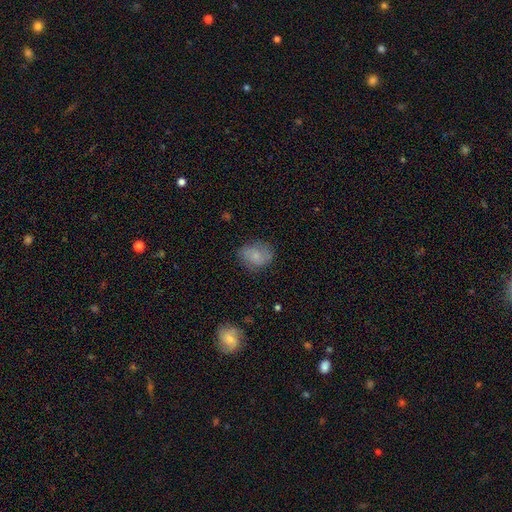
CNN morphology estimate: This appears to be a smooth galaxy with no disk features (67%) that is in between round and cigar-shaped (50%). Merging: none (71%).